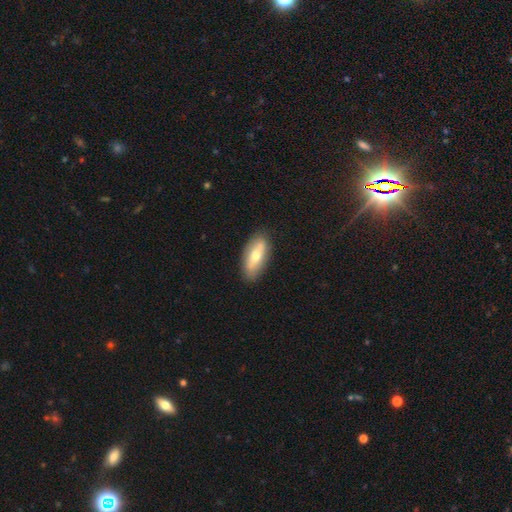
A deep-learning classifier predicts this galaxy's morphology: The model was most divided on "smooth or featured": smooth: 58%, featured or disk: 36%, star or artifact: 6%. More confident: merging — none (85%); how rounded — in between (80%).